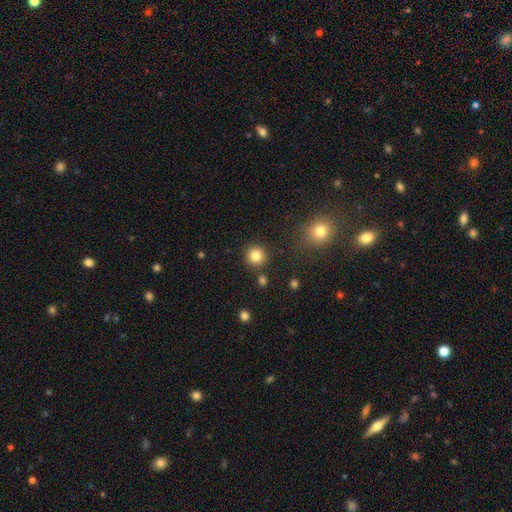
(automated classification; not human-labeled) Smooth or featured? smooth (85%)
How rounded? round (94%)
Merging? none (88%)